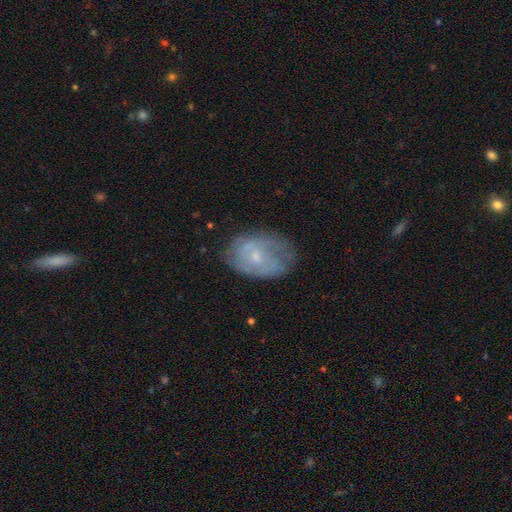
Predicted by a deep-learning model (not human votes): The model was most divided on "bar": no: 62%, weak: 33%, strong: 4%. More confident: edge-on disk — no (96%); spiral arms — yes (68%); bulge size — small (61%); smooth or featured — featured or disk (61%); merging — none (59%).